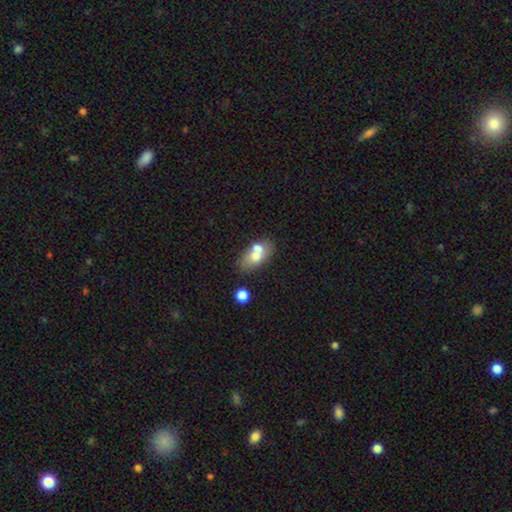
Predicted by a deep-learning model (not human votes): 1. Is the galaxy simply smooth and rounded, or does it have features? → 63% smooth, 28% featured or disk, 9% star or artifact.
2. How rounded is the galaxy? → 82% in between, 14% round, 4% cigar-shaped.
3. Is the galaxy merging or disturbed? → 45% merger, 37% none, 12% minor disturbance, 5% major disturbance.